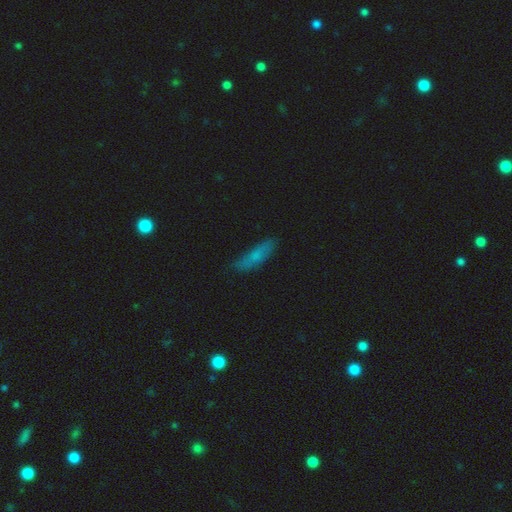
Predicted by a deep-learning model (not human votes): A smooth galaxy with no disk features (68%) that is cigar-shaped (55%).

Vote fractions:
- Smooth or featured? smooth: 68% / featured or disk: 20% / star or artifact: 11%
- How rounded? cigar-shaped: 55% / in between: 42% / round: 3%
- Merging? none: 74% / minor disturbance: 20% / major disturbance: 5% / merger: 2%